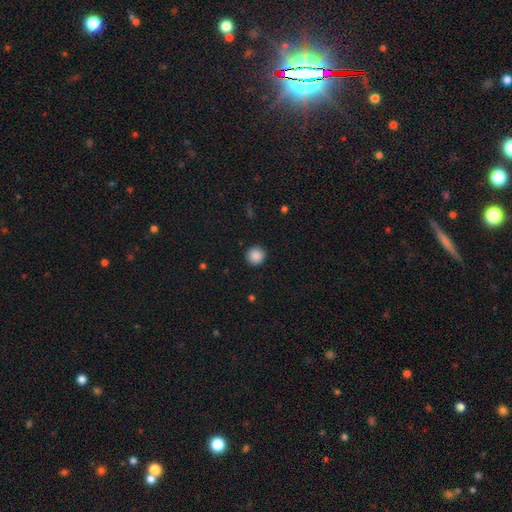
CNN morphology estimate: Q: Smooth or featured?
A: smooth (88%); runner-up: star or artifact (9%)
Q: How rounded?
A: round (95%); runner-up: in between (4%)
Q: Merging?
A: none (92%); runner-up: minor disturbance (5%)